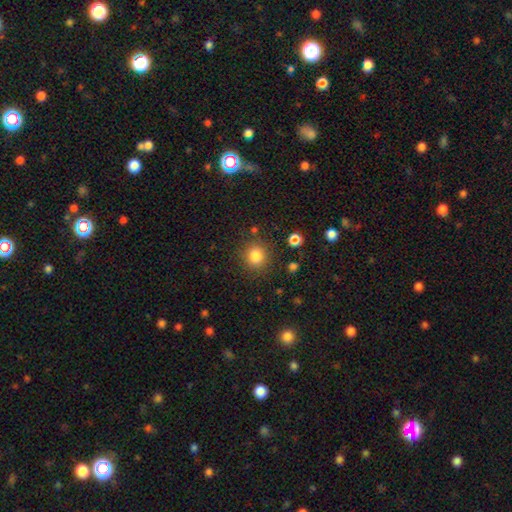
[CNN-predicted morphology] Q: Smooth or featured?
A: smooth (83%); runner-up: star or artifact (12%)
Q: How rounded?
A: round (81%); runner-up: in between (18%)
Q: Merging?
A: none (85%); runner-up: minor disturbance (9%)